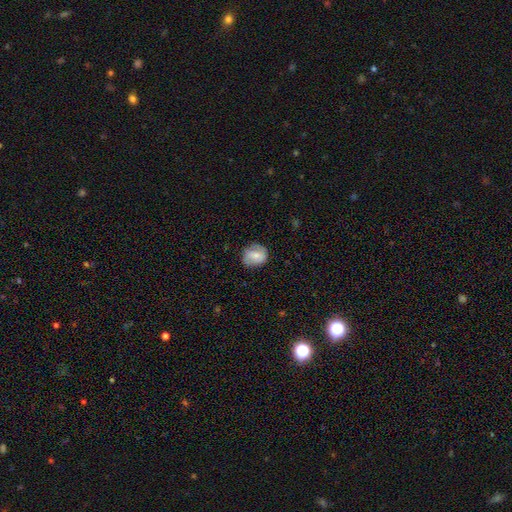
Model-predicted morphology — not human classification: This is likely a smooth galaxy (65%). How rounded: likely round (68%). Merging: likely none (73%).